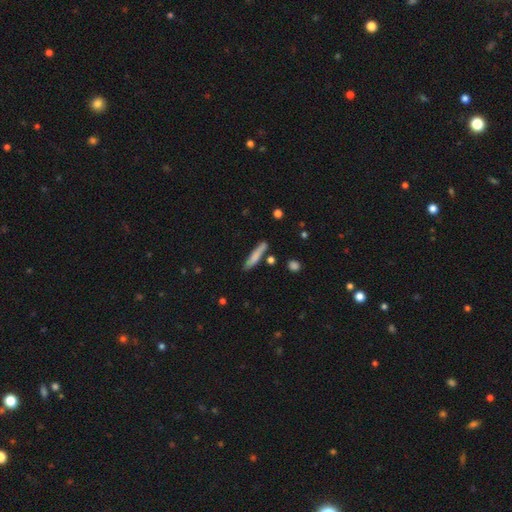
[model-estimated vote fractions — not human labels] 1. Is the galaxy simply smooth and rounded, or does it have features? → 75% smooth, 18% featured or disk, 6% star or artifact.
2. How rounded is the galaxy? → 90% cigar-shaped, 9% in between, 2% round.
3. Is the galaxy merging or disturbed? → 80% none, 13% minor disturbance, 5% merger, 3% major disturbance.